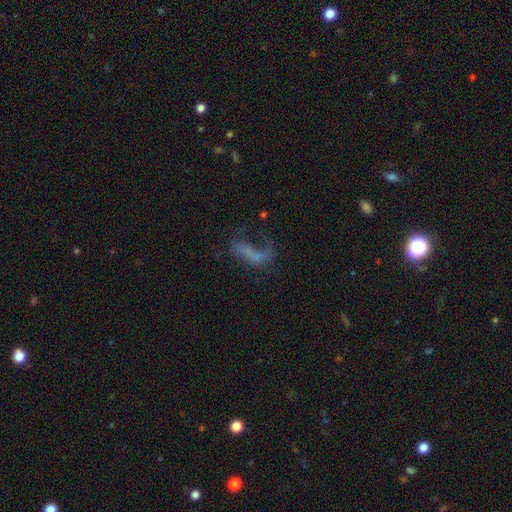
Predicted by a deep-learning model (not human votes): Smooth or featured? featured or disk (47%)
Merging? major disturbance (45%)